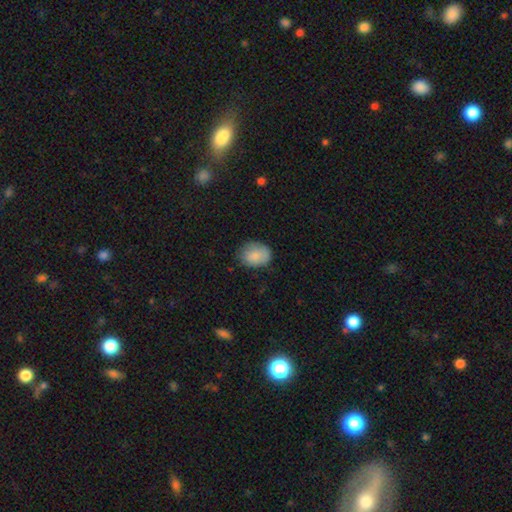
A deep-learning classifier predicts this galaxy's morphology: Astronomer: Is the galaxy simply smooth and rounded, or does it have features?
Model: smooth — 83%.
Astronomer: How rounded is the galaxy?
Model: in between — 59% (runner-up: round, 40%).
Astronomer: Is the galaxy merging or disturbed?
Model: none — 70%.